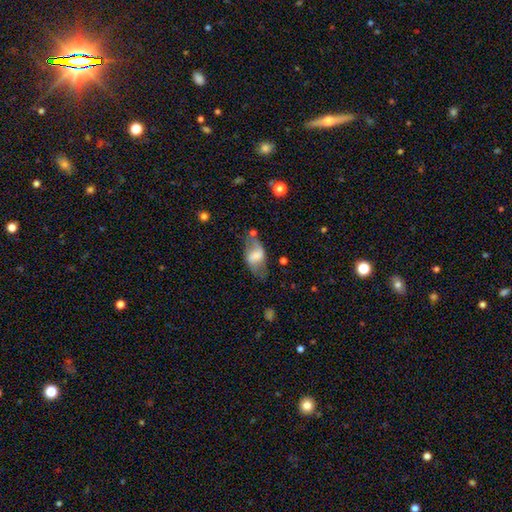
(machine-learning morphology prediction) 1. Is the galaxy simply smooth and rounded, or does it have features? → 47% smooth, 45% featured or disk, 8% star or artifact.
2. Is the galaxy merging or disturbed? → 51% none, 26% minor disturbance, 16% major disturbance, 7% merger.